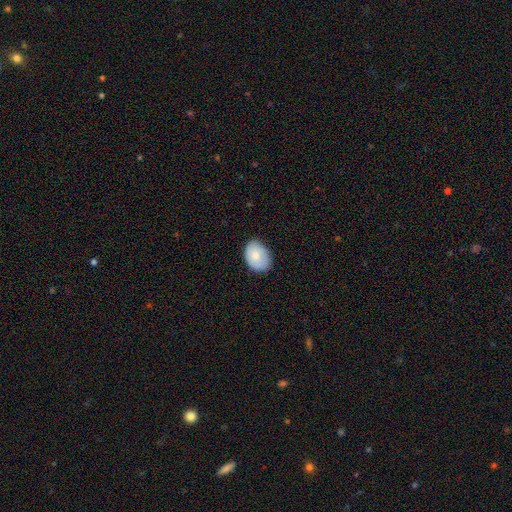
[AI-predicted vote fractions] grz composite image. It shows a smooth galaxy with no disk features (77%) that is in between round and cigar-shaped (76%). Merging: none (77%).